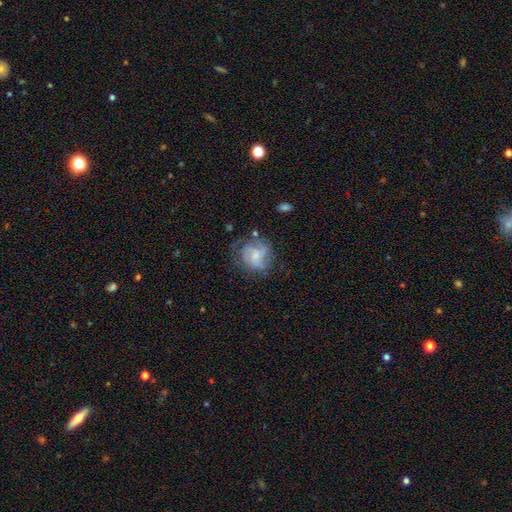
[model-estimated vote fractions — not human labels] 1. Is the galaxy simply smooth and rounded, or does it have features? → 64% featured or disk, 28% smooth, 9% star or artifact.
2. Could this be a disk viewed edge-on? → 98% no, 2% yes.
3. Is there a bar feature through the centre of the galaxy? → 54% no, 39% weak, 7% strong.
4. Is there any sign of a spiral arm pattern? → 82% yes, 18% no.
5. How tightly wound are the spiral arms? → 43% medium, 37% tight, 20% loose.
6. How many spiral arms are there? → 34% can't tell, 29% 2, 21% 3, 7% 4, 5% 1, 4% more than 4.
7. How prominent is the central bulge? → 40% small, 30% moderate, 23% none, 5% large, 1% dominant.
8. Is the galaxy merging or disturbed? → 60% none, 22% minor disturbance, 16% major disturbance, 3% merger.